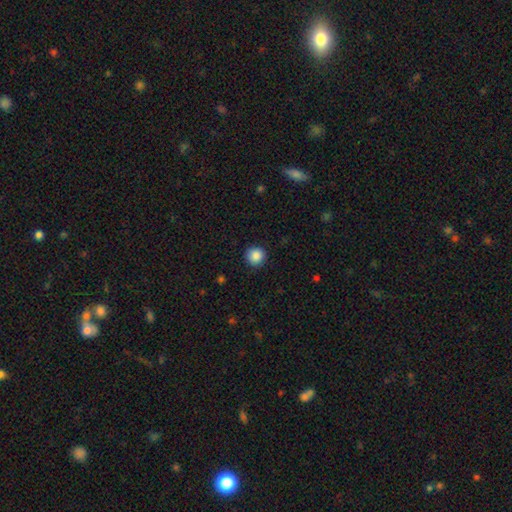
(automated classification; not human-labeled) Smooth or featured? Predicted: smooth (p=0.88). How rounded? Predicted: round (p=0.94). Merging? Predicted: none (p=0.90).